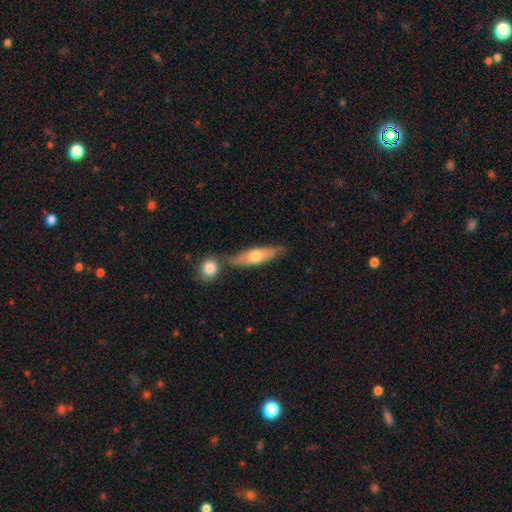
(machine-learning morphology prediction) Smooth or featured? smooth (57%)
How rounded? cigar-shaped (64%)
Merging? none (62%)